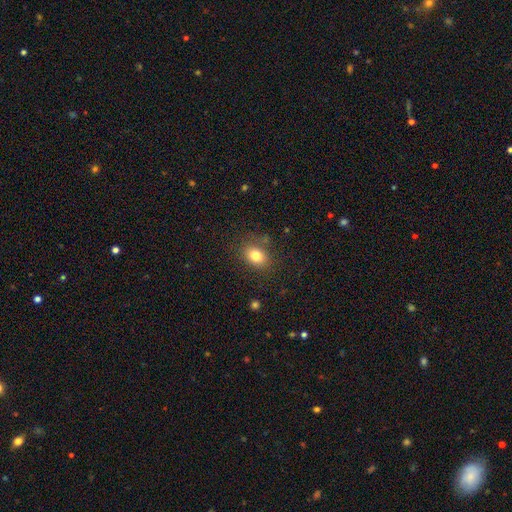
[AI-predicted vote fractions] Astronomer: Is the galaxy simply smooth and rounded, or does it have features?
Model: smooth — 80%.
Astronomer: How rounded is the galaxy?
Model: in between — 64%.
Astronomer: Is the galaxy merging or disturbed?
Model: none — 81%.